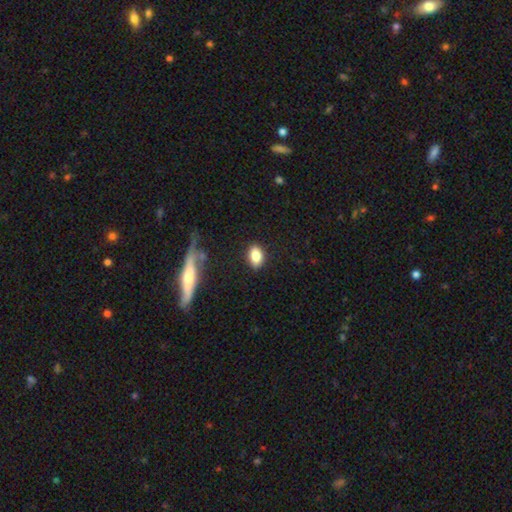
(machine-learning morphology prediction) A smooth galaxy with no disk features (83%) that is in between round and cigar-shaped (84%).

Vote fractions:
- Smooth or featured? smooth: 83% / featured or disk: 9% / star or artifact: 8%
- How rounded? in between: 84% / round: 13% / cigar-shaped: 3%
- Merging? none: 85% / minor disturbance: 10% / major disturbance: 2% / merger: 2%